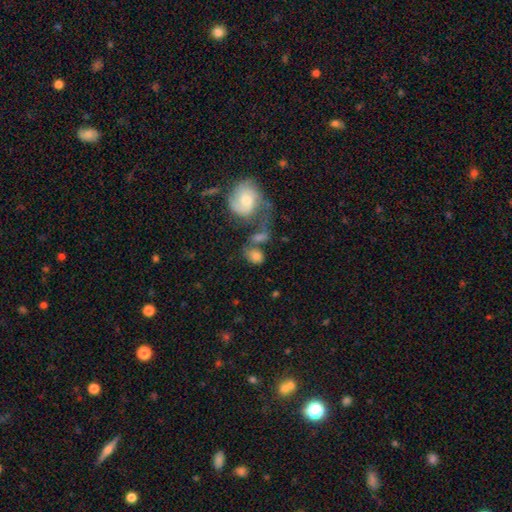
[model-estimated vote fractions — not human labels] smooth 67%, featured or disk 22%, star or artifact 11%. Down the decision tree: how rounded — in between (68%); merging — none (37%).